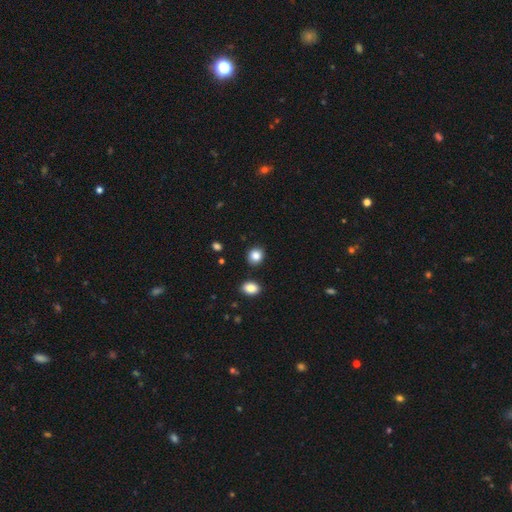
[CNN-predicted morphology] Smooth or featured? Predicted: smooth (p=0.86). How rounded? Predicted: round (p=0.75). Merging? Predicted: none (p=0.86).